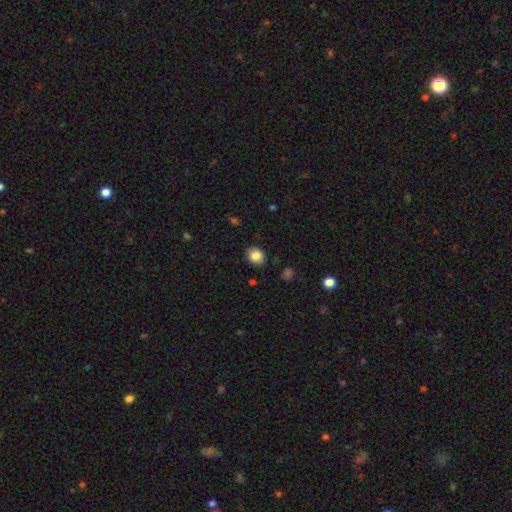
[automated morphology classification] smooth 85%, star or artifact 9%, featured or disk 6%. Down the decision tree: how rounded — round (51%); merging — none (87%).